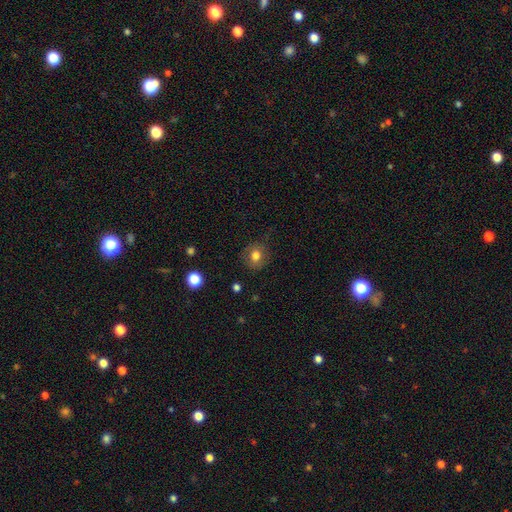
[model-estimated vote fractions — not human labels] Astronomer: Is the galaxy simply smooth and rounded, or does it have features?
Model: smooth — 76%.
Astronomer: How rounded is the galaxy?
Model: round — 81%.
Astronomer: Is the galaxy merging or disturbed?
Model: none — 79%.